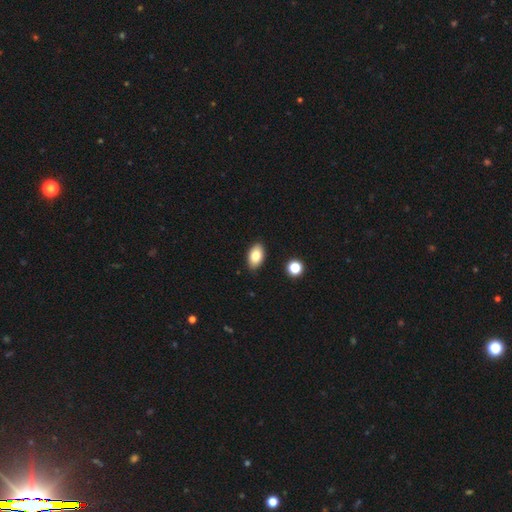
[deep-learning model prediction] Smooth or featured: smooth — 83% (featured or disk — 9%)
How rounded: in between — 93% (round — 6%)
Merging: none — 88% (minor disturbance — 9%)